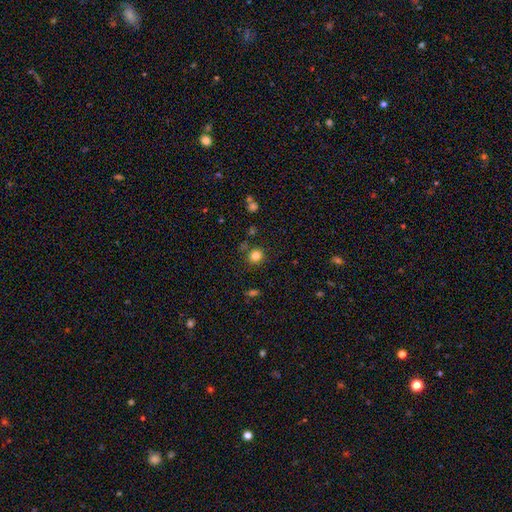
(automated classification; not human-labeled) smooth 82%, star or artifact 13%, featured or disk 6%. Down the decision tree: how rounded — round (86%); merging — none (83%).